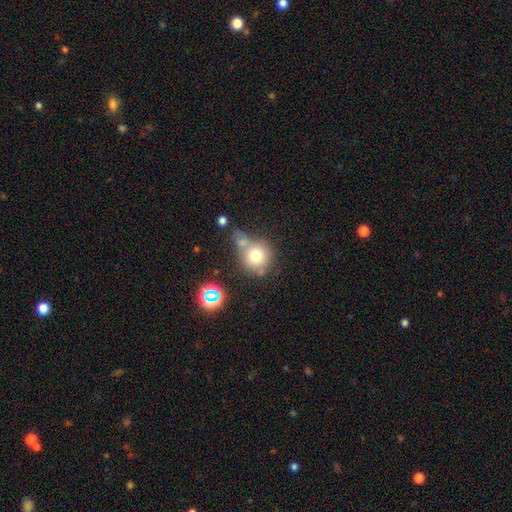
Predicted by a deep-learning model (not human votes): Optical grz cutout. It shows a smooth galaxy with no disk features (73%) that is round (89%). Merging: none (50%).